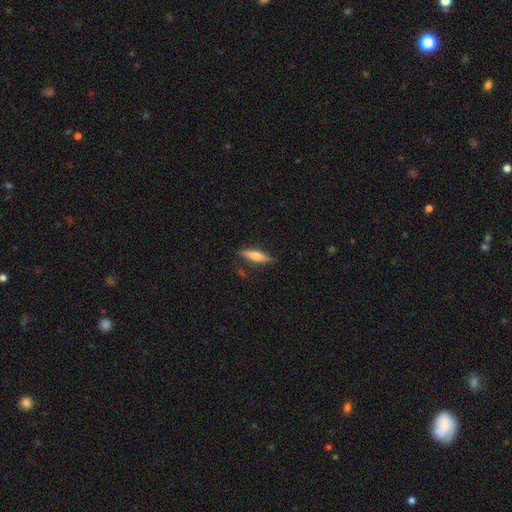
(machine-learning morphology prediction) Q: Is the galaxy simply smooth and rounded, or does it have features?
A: smooth — 48%.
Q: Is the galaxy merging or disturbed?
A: none — 83%.